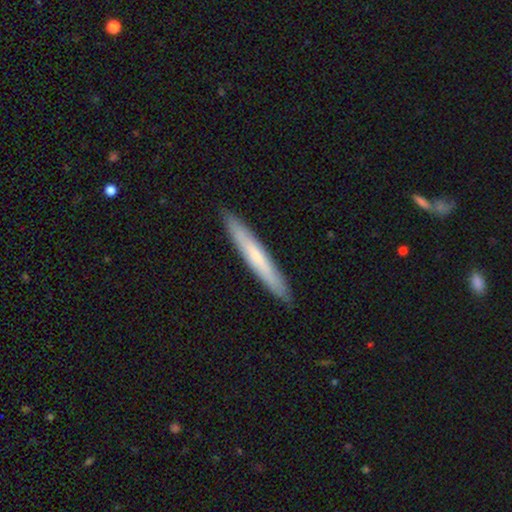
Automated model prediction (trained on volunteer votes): smooth 59%, featured or disk 35%, star or artifact 5%. Down the decision tree: how rounded — cigar-shaped (96%); merging — none (91%).